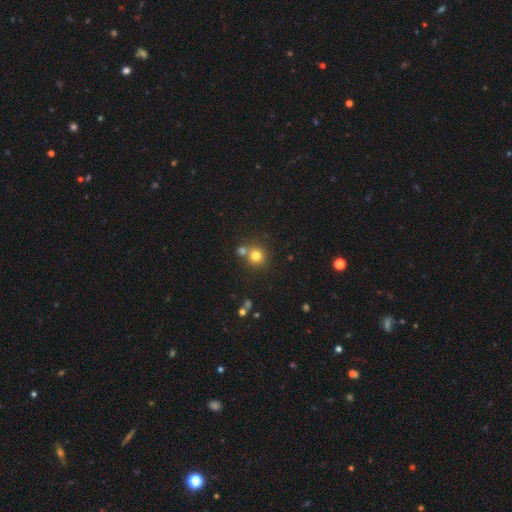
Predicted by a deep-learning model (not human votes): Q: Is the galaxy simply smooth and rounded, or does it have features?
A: smooth — 77%.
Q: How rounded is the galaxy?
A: round — 91%.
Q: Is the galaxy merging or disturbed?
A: none — 64%.